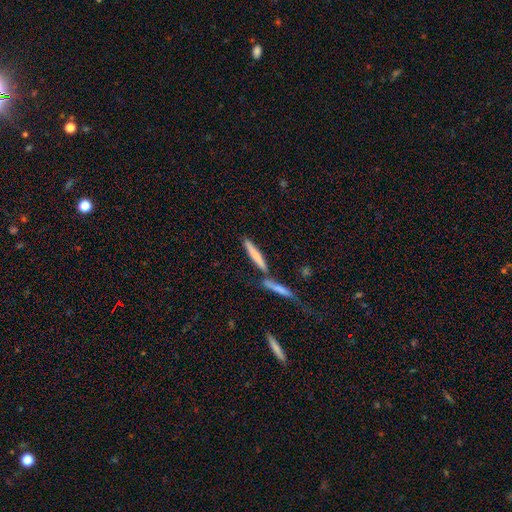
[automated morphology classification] Smooth or featured: smooth — 68% (featured or disk — 25%)
How rounded: cigar-shaped — 91% (in between — 7%)
Merging: none — 64% (merger — 23%)